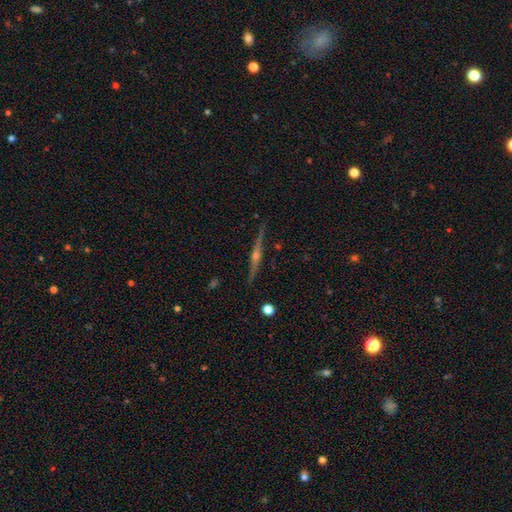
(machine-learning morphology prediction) Q: Smooth or featured?
A: featured or disk (85%); runner-up: smooth (9%)
Q: Edge-on disk?
A: yes (98%); runner-up: no (2%)
Q: Edge-on bulge?
A: rounded (92%); runner-up: boxy (5%)
Q: Merging?
A: none (90%); runner-up: minor disturbance (7%)